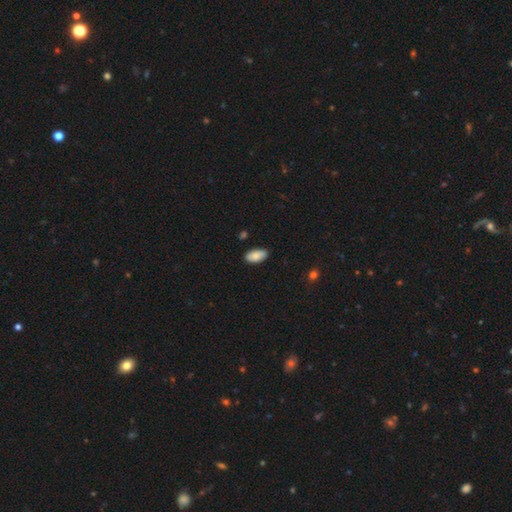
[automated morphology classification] Overall: smooth (86%). How rounded: in between (94%). Merging: none (85%).